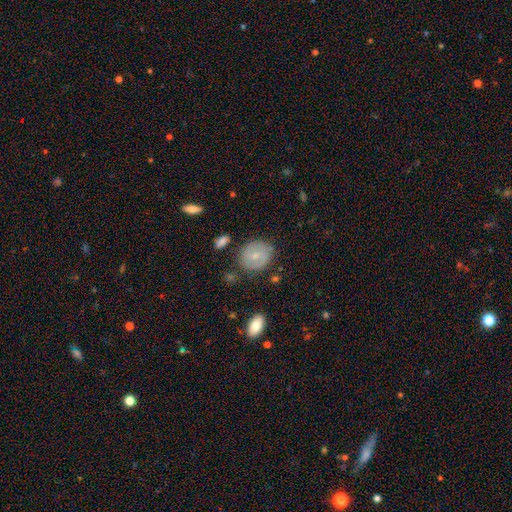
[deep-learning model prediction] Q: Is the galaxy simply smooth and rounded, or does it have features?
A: featured or disk — 47%.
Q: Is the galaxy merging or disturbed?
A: none — 78%.